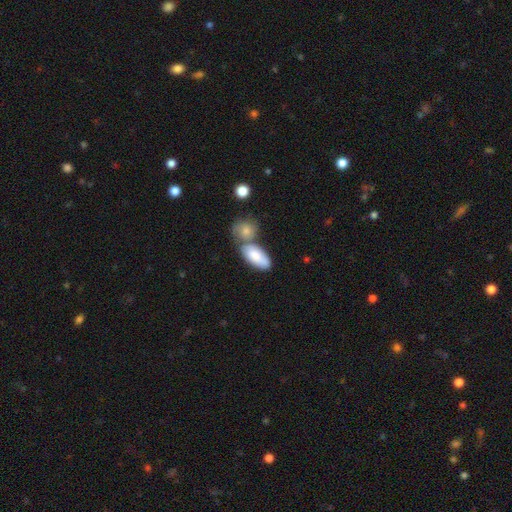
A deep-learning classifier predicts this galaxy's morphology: Smooth or featured? Predicted: smooth (p=0.80). How rounded? Predicted: in between (p=0.89). Merging? Predicted: merger (p=0.43).